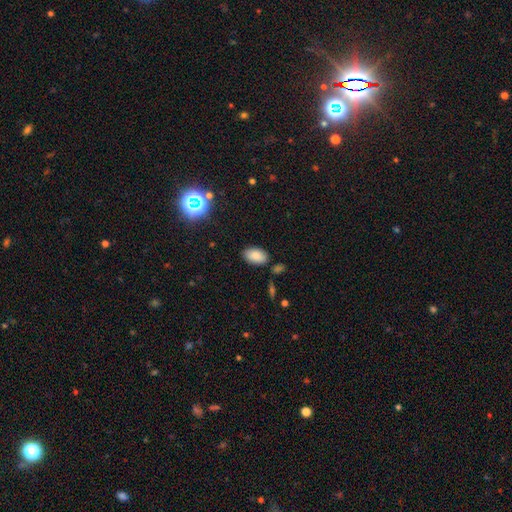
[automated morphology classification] Smooth or featured?
  - smooth: 84% *
  - star or artifact: 10%
  - featured or disk: 5%
How rounded?
  - in between: 92% *
  - round: 6%
  - cigar-shaped: 2%
Merging?
  - none: 82% *
  - minor disturbance: 12%
  - merger: 4%
  - major disturbance: 3%